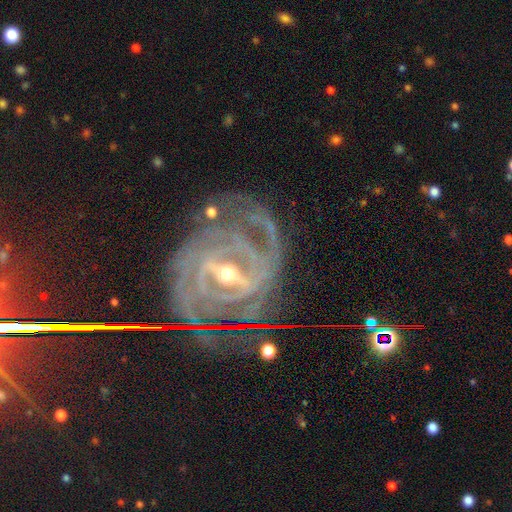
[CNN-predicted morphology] Overall: featured or disk (90%). Edge-on disk: no (95%). Bar: strong (61%; weak 29%). Spiral arms: yes (97%). Spiral arm count: can't tell (22%; 4 21%). Spiral winding: tight (72%). Bulge size: moderate (50%; small 47%). Merging: none (70%).